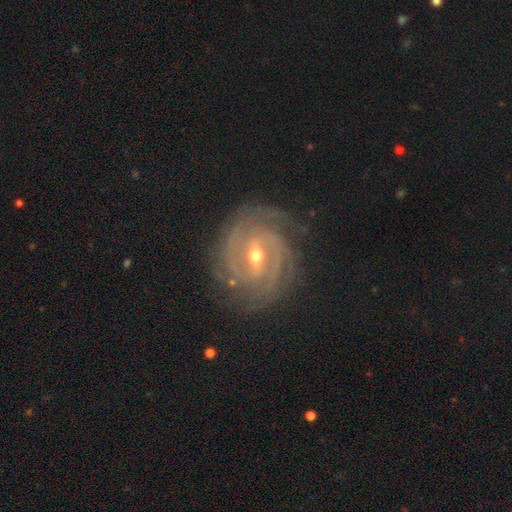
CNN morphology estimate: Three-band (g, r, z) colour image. It shows a featured or disk galaxy (92%) with a weak bar (47%), 3 (32%) tight (70%) spiral arms (98%) and a moderate central bulge (53%). Merging: none (79%).